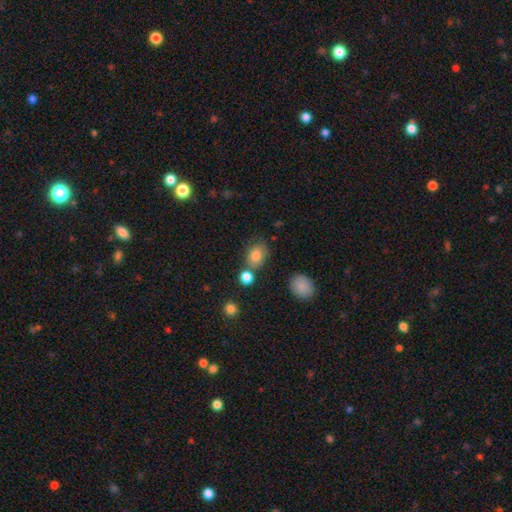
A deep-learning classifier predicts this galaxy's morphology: Smooth or featured: smooth — 81% (star or artifact — 10%)
How rounded: in between — 67% (round — 31%)
Merging: none — 63% (minor disturbance — 16%)